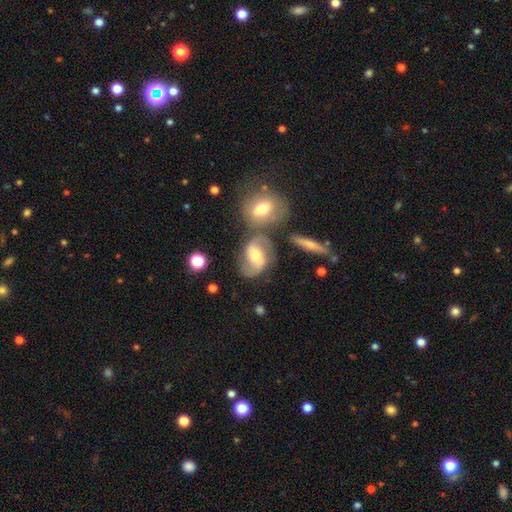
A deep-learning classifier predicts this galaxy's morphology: smooth-or-featured: featured or disk: 69% | smooth: 23% | star or artifact: 8%
  disk-edge-on: no: 95% | yes: 5%
    bar: weak: 46% | no: 32% | strong: 23%
    has-spiral-arms: yes: 90% | no: 10%
      spiral-winding: medium: 47% | loose: 38% | tight: 15%
      spiral-arm-count: 2: 89% | can't tell: 5% | 1: 2% | 3: 1% | 4: 1% | more than 4: 1%
    bulge-size: moderate: 67% | small: 18% | large: 11% | none: 2% | dominant: 2%
  merging: none: 57% | merger: 20% | minor disturbance: 16% | major disturbance: 7%